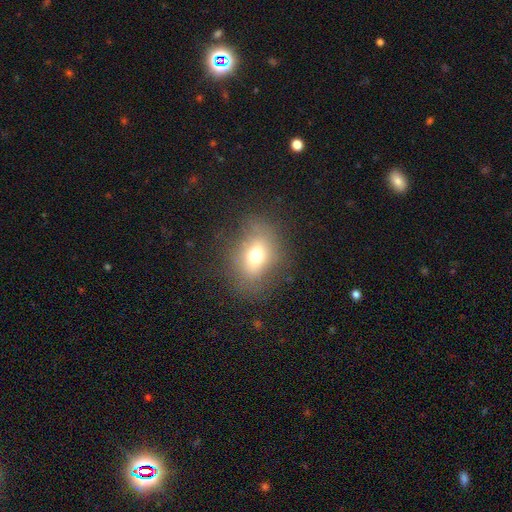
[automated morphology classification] A smooth galaxy with no disk features (68%) that is in between round and cigar-shaped (62%).

Vote fractions:
- Smooth or featured? smooth: 68% / featured or disk: 19% / star or artifact: 14%
- How rounded? in between: 62% / round: 36% / cigar-shaped: 2%
- Merging? none: 72% / minor disturbance: 17% / major disturbance: 9% / merger: 2%